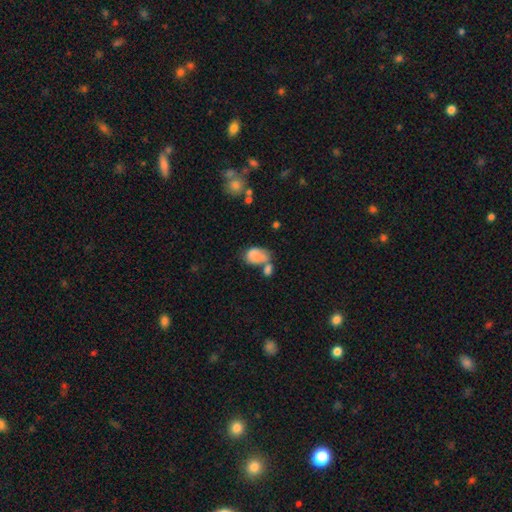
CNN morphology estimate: Smooth or featured?
  - smooth: 72% *
  - featured or disk: 20%
  - star or artifact: 9%
How rounded?
  - in between: 86% *
  - round: 13%
  - cigar-shaped: 1%
Merging?
  - merger: 45% *
  - none: 23%
  - minor disturbance: 18%
  - major disturbance: 14%